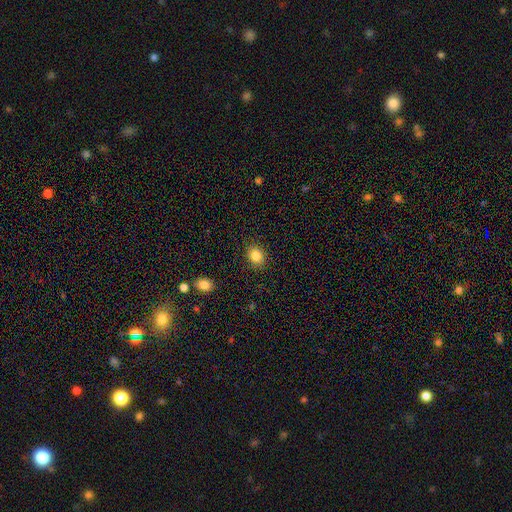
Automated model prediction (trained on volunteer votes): Q: Smooth or featured?
A: smooth (85%); runner-up: star or artifact (10%)
Q: How rounded?
A: round (52%); runner-up: in between (47%)
Q: Merging?
A: none (88%); runner-up: minor disturbance (8%)